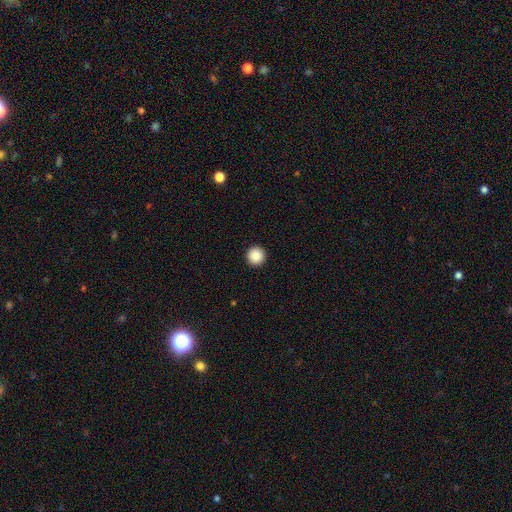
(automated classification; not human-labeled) smooth_or_featured: smooth (p=0.87) [alt: star or artifact p=0.09]
how_rounded: round (p=0.96) [alt: in between p=0.03]
merging: none (p=0.94) [alt: minor disturbance p=0.04]